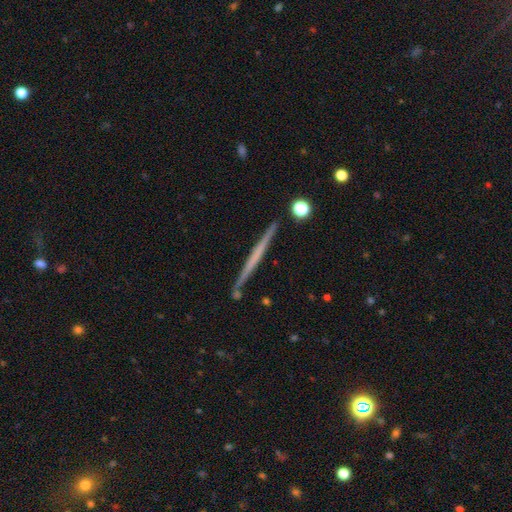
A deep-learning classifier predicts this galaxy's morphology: The model was most divided on "smooth or featured": featured or disk: 61%, smooth: 34%, star or artifact: 6%. More confident: edge-on disk — yes (98%); merging — none (89%); edge-on bulge — none (88%).